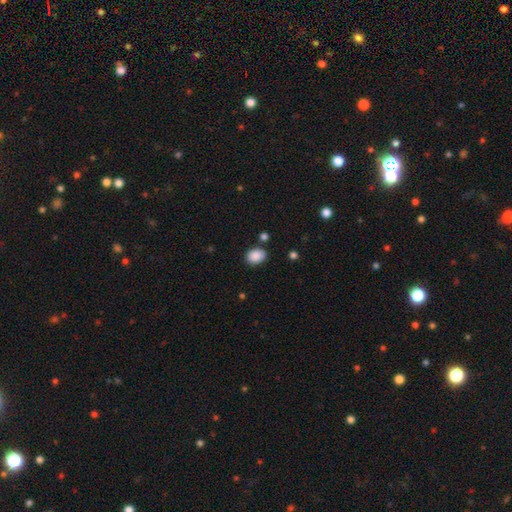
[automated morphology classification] A smooth galaxy with no disk features (88%) that is in between round and cigar-shaped (73%). Merging: none (81%).